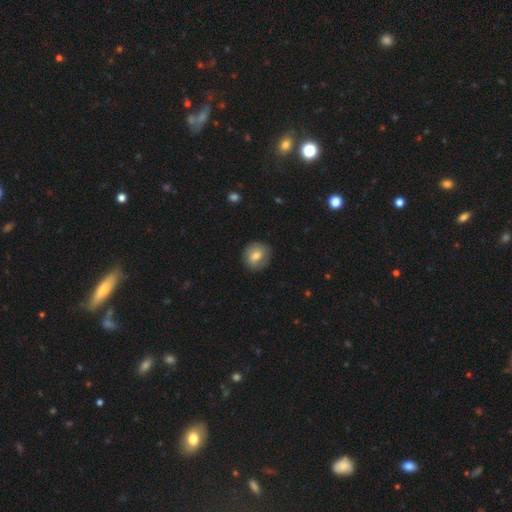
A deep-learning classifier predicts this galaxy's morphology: Smooth or featured? Predicted: smooth (p=0.67). How rounded? Predicted: round (p=0.80). Merging? Predicted: none (p=0.82).